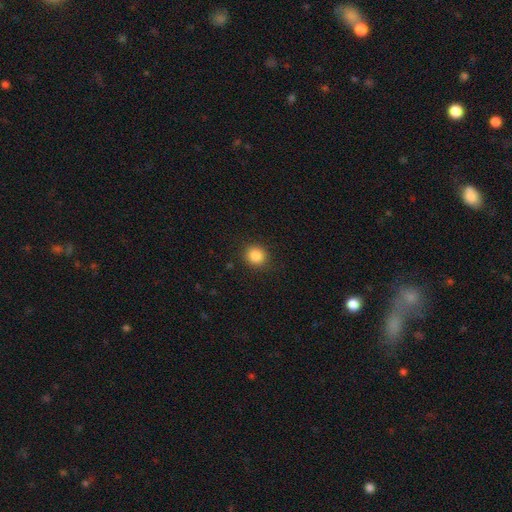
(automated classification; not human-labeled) smooth-or-featured: smooth: 86% | star or artifact: 10% | featured or disk: 4%
  how-rounded: round: 85% | in between: 14% | cigar-shaped: 1%
  merging: none: 89% | minor disturbance: 7% | major disturbance: 3% | merger: 1%